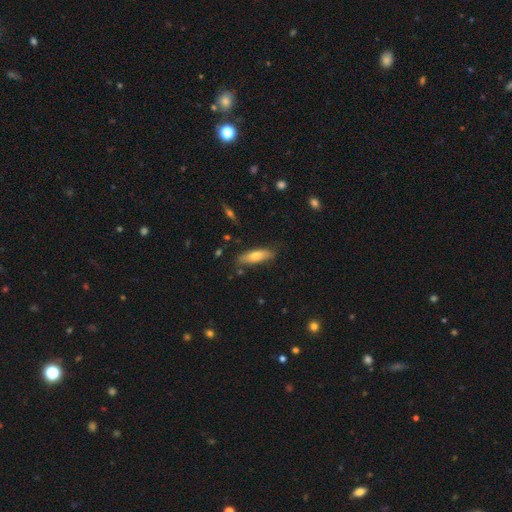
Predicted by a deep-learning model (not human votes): Morphology: type=smooth (70%); roundness=cigar-shaped (53%); merging=none (77%).